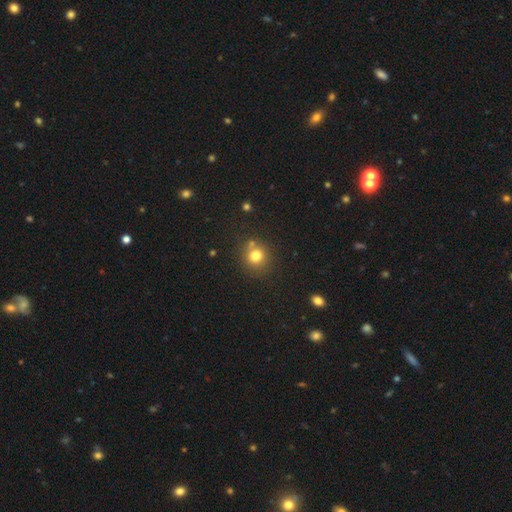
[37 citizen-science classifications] Smooth or featured? 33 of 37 (89%) said smooth. How rounded? 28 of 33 (85%) said round. Merging? 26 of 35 (74%) said none.